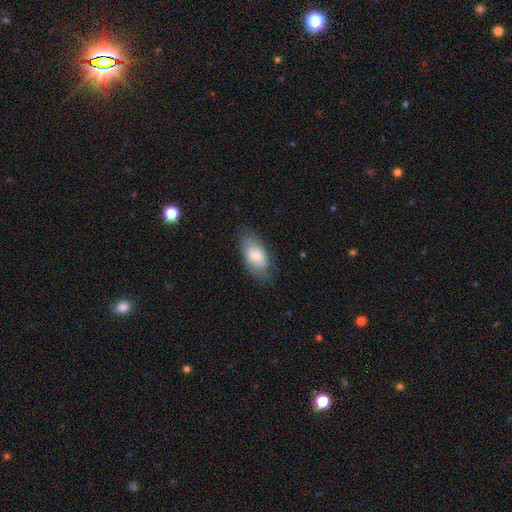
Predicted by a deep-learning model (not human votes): smooth-or-featured: smooth: 75% | featured or disk: 19% | star or artifact: 6%
  how-rounded: in between: 92% | round: 4% | cigar-shaped: 4%
  merging: none: 75% | minor disturbance: 19% | major disturbance: 5% | merger: 1%